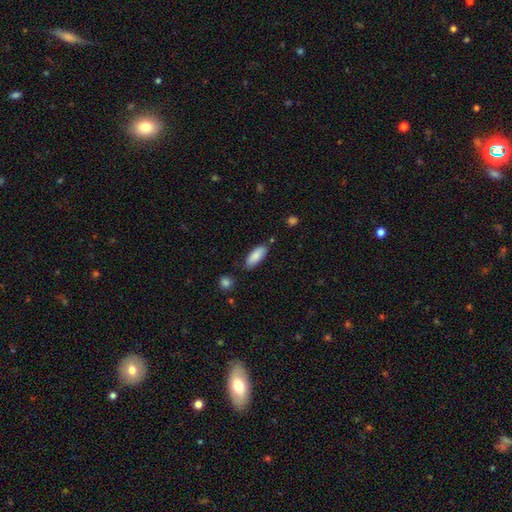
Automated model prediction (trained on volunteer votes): Morphology: type=smooth (86%); roundness=in between (75%); merging=none (81%).